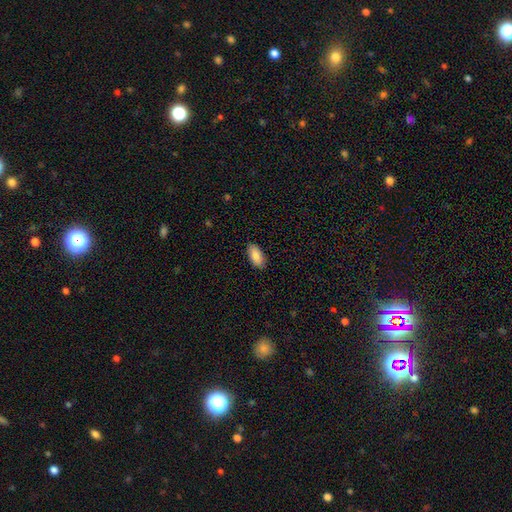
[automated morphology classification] Smooth or featured? smooth (88%)
How rounded? in between (90%)
Merging? none (88%)